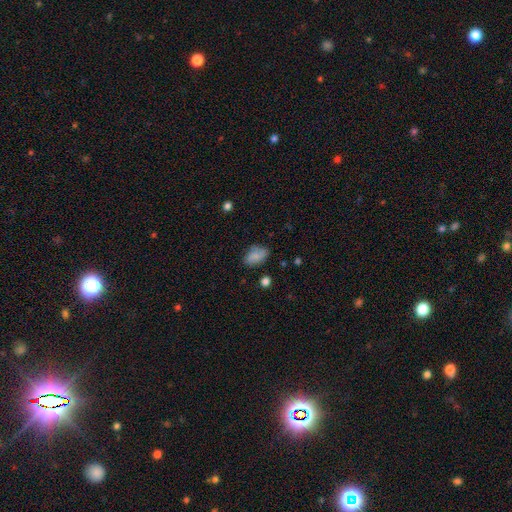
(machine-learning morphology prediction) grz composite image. It shows a smooth galaxy with no disk features (75%) that is in between round and cigar-shaped (87%). Merging: none (72%).